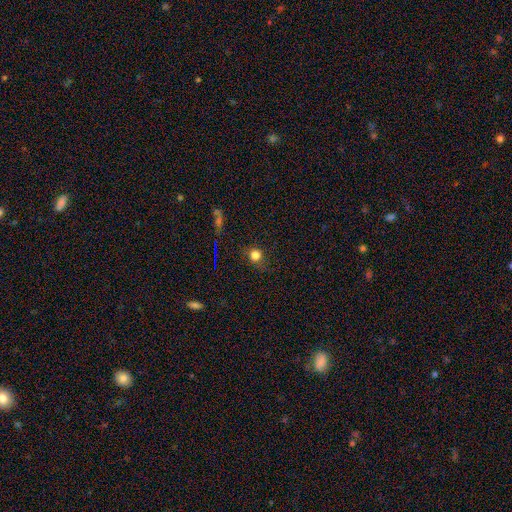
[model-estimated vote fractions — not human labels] smooth_or_featured: smooth (p=0.75) [alt: star or artifact p=0.18]
how_rounded: round (p=0.84) [alt: in between p=0.15]
merging: none (p=0.74) [alt: minor disturbance p=0.16]